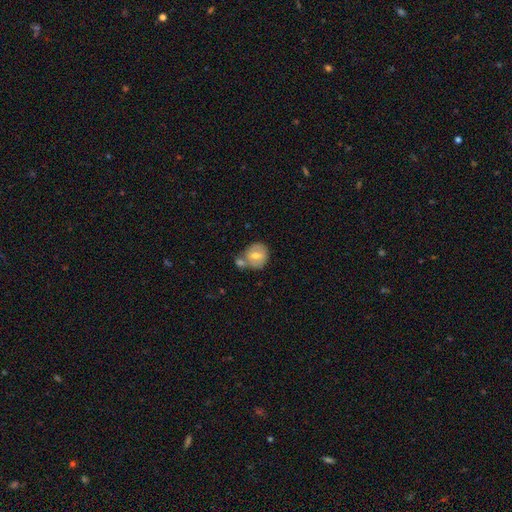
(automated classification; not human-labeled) Smooth or featured? smooth (56%)
How rounded? round (75%)
Merging? none (47%)